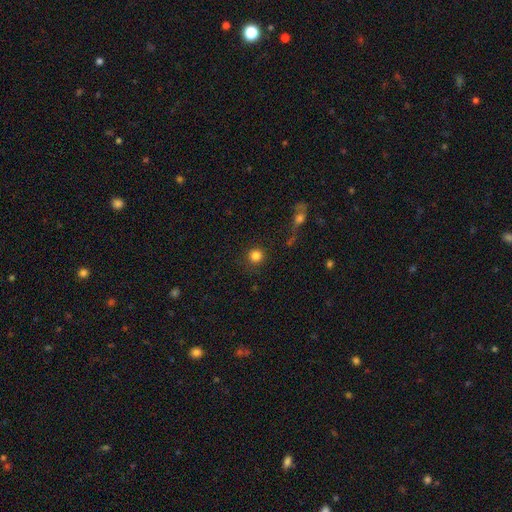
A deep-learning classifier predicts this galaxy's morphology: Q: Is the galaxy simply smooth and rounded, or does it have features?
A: smooth — 83%.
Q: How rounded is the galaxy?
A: round — 94%.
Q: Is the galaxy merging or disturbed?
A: none — 86%.